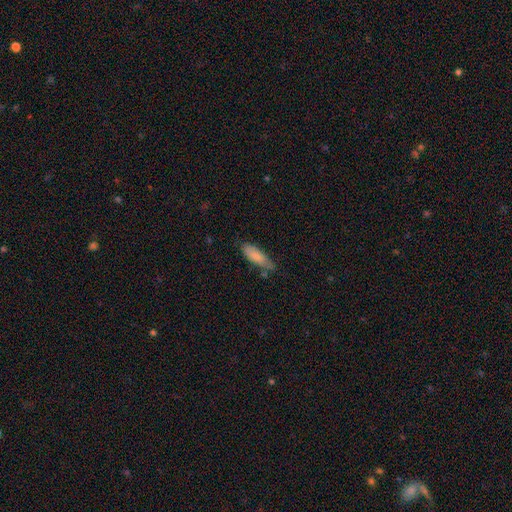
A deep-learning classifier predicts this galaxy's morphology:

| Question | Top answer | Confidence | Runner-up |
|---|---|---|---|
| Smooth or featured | smooth | 83% | featured or disk (11%) |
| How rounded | in between | 57% | cigar-shaped (41%) |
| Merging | none | 58% | minor disturbance (31%) |